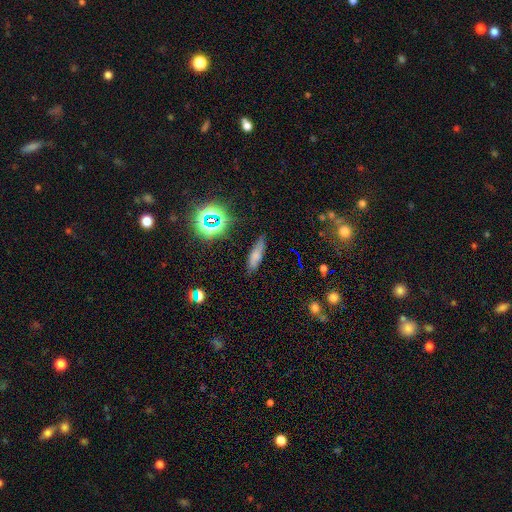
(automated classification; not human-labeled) Smooth or featured? Predicted: smooth (p=0.65). How rounded? Predicted: cigar-shaped (p=0.56). Merging? Predicted: none (p=0.76).